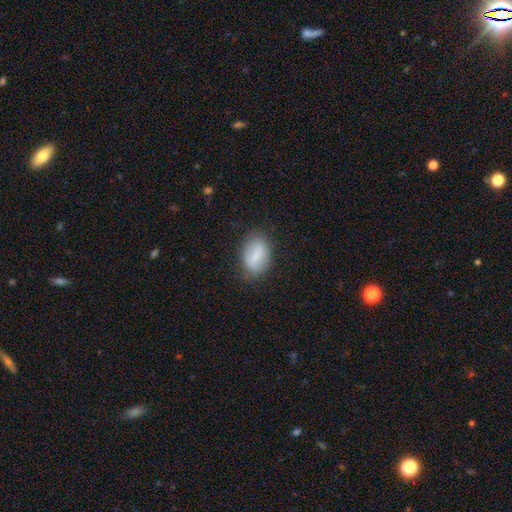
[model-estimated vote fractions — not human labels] The model was most divided on "smooth or featured": smooth: 76%, featured or disk: 17%, star or artifact: 7%. More confident: how rounded — in between (86%); merging — none (78%).